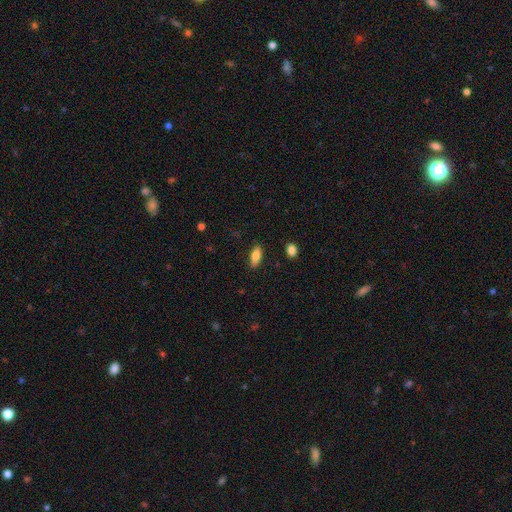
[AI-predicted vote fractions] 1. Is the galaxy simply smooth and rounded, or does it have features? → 80% smooth, 13% featured or disk, 7% star or artifact.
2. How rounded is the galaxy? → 77% in between, 20% cigar-shaped, 3% round.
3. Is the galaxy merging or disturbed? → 86% none, 11% minor disturbance, 2% major disturbance, 1% merger.